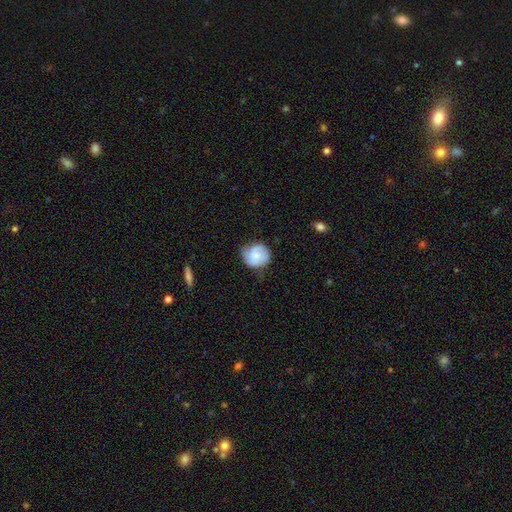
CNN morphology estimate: This appears to be a smooth galaxy with no disk features (50%). Merging: none (60%).